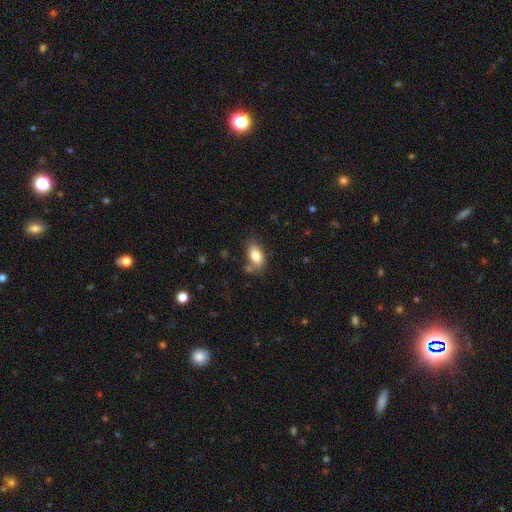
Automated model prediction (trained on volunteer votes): Smooth or featured? Predicted: smooth (p=0.82). How rounded? Predicted: in between (p=0.90). Merging? Predicted: none (p=0.68).